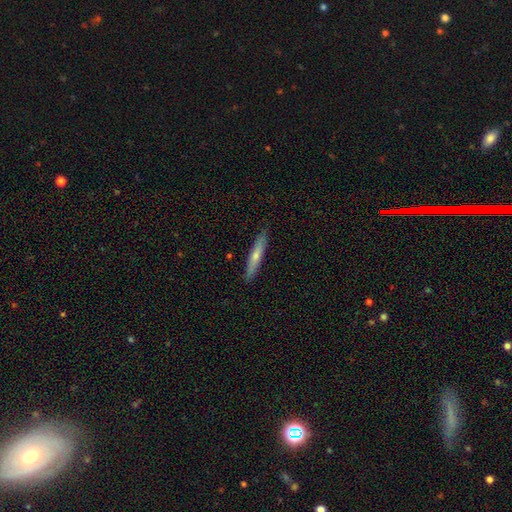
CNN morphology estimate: type=smooth (56%); roundness=cigar-shaped (92%); merging=none (89%).